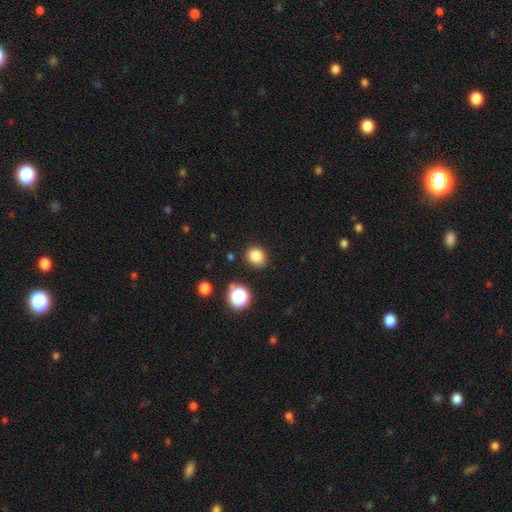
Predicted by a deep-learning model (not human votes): A smooth galaxy with no disk features (83%) that is round (63%).

Vote fractions:
- Smooth or featured? smooth: 83% / star or artifact: 13% / featured or disk: 4%
- How rounded? round: 63% / in between: 36% / cigar-shaped: 1%
- Merging? none: 82% / minor disturbance: 13% / major disturbance: 3% / merger: 2%